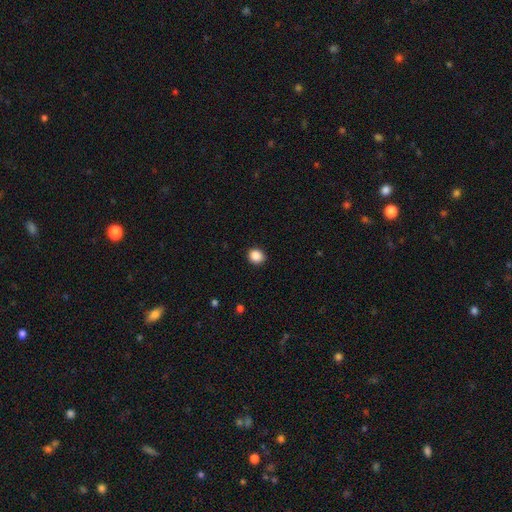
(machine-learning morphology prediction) A smooth galaxy with no disk features (88%) that is round (78%).

Vote fractions:
- Smooth or featured? smooth: 88% / star or artifact: 9% / featured or disk: 3%
- How rounded? round: 78% / in between: 21% / cigar-shaped: 1%
- Merging? none: 90% / minor disturbance: 7% / major disturbance: 2% / merger: 1%